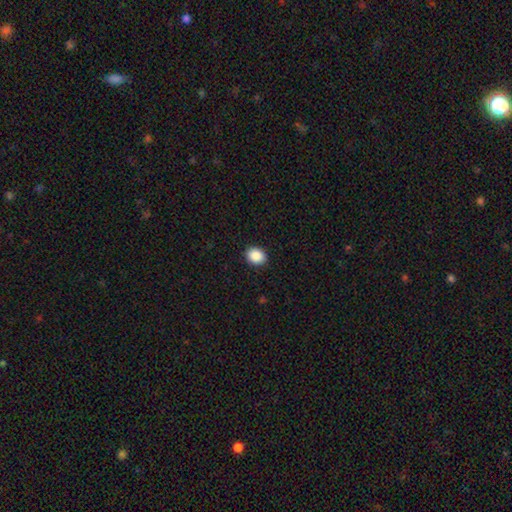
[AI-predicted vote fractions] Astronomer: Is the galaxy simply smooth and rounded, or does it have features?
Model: smooth — 89%.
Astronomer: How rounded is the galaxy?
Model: in between — 53% (runner-up: round, 46%).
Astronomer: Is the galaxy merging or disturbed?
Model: none — 91%.